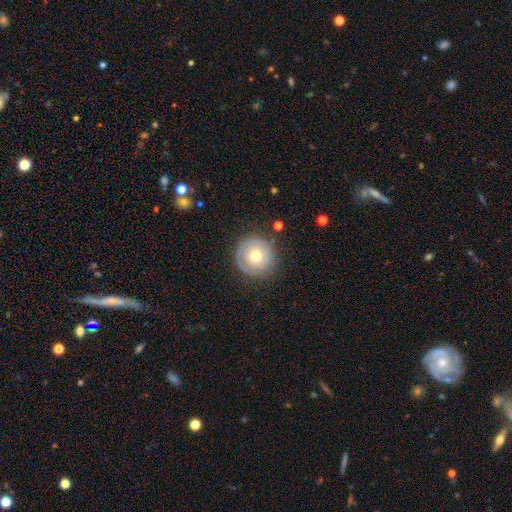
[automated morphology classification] smooth_or_featured: smooth (p=0.52) [alt: featured or disk p=0.41]
how_rounded: round (p=0.94) [alt: in between p=0.05]
merging: none (p=0.82) [alt: minor disturbance p=0.12]